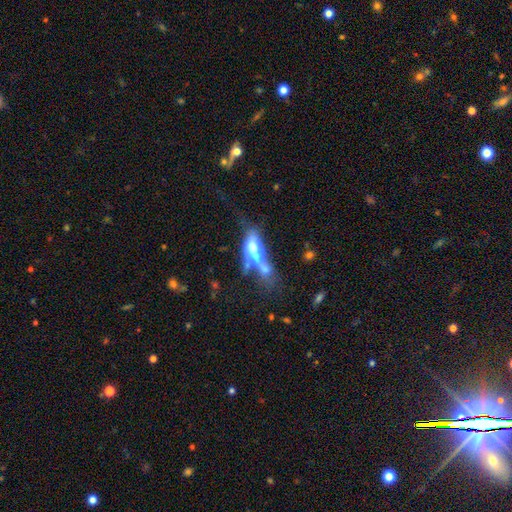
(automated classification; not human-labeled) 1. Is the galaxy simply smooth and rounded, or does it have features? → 47% smooth, 43% featured or disk, 10% star or artifact.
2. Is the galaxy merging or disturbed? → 59% merger, 16% major disturbance, 15% none, 10% minor disturbance.